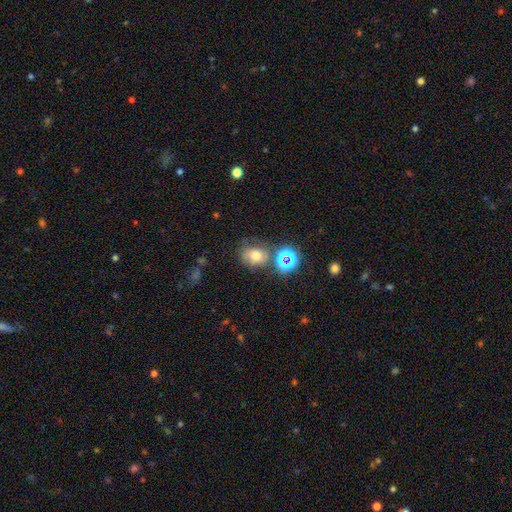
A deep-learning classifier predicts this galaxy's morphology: Overall: smooth (64%). How rounded: round (53%; in between 46%). Merging: none (59%).